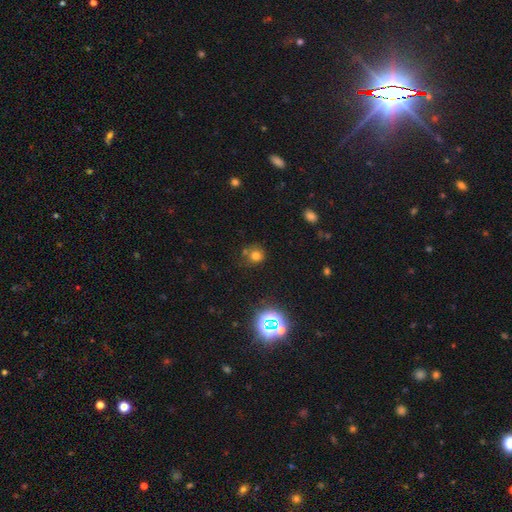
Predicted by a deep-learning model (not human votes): smooth 69%, star or artifact 23%, featured or disk 9%. Down the decision tree: how rounded — round (87%); merging — none (69%).